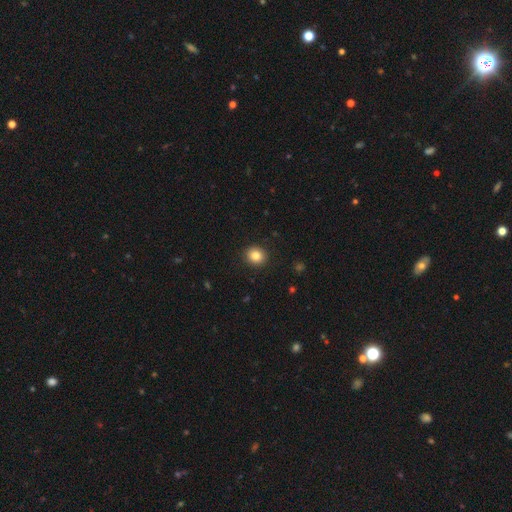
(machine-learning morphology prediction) This appears to be a smooth galaxy with no disk features (83%) that is round (84%). Merging: none (92%).